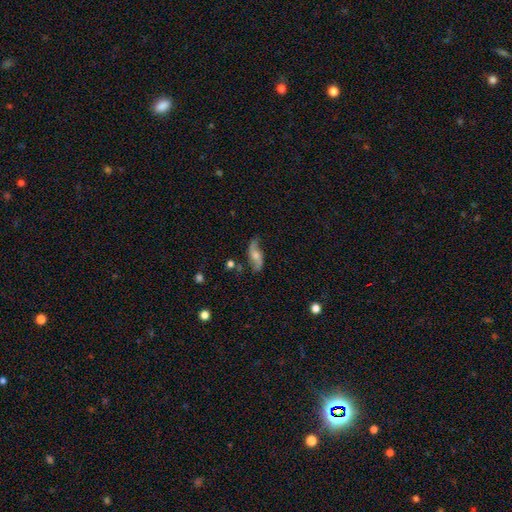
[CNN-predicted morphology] The model was most divided on "bulge size": moderate: 45%, small: 38%, none: 10%, large: 6%, dominant: 2%. More confident: spiral arm count — 2 (91%); spiral arms — yes (91%); edge-on disk — no (90%); spiral winding — loose (79%); smooth or featured — featured or disk (69%); merging — none (68%); bar — no (61%).